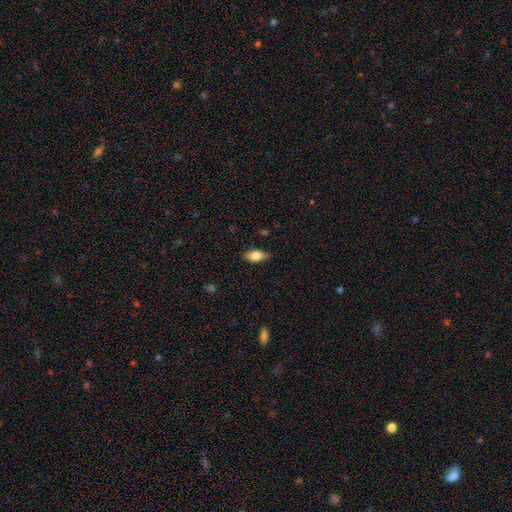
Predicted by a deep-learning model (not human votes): Overall: smooth (74%). How rounded: in between (84%). Merging: none (84%).